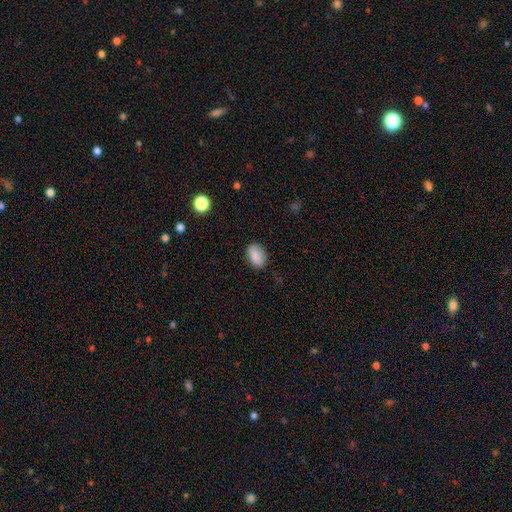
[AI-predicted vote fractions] Smooth or featured? smooth (88%)
How rounded? in between (90%)
Merging? none (84%)